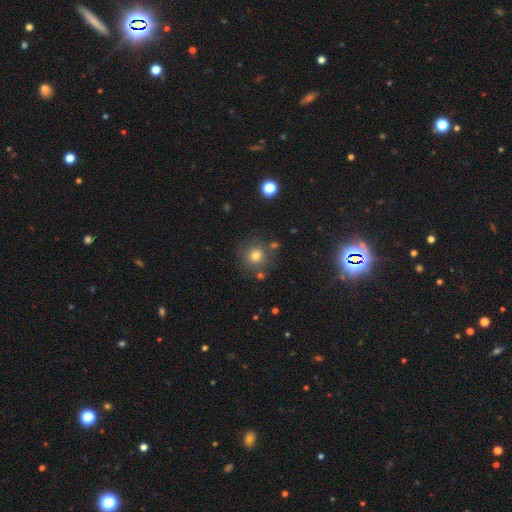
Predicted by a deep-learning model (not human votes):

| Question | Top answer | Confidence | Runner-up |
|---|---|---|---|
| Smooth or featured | smooth | 76% | star or artifact (14%) |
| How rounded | round | 92% | in between (7%) |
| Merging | none | 77% | minor disturbance (11%) |